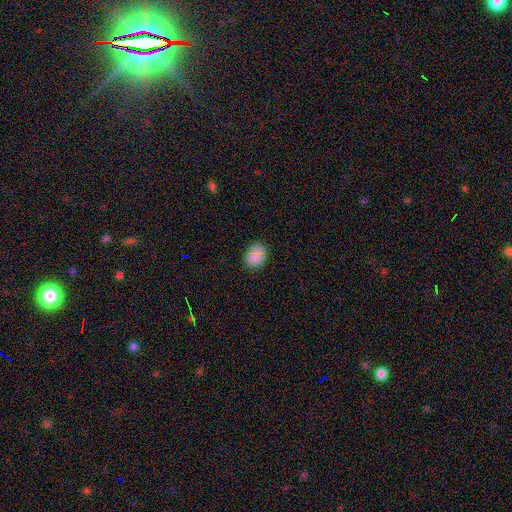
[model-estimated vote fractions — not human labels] This is clearly a smooth galaxy (80%). How rounded: possibly round (51%). Merging: clearly none (86%).